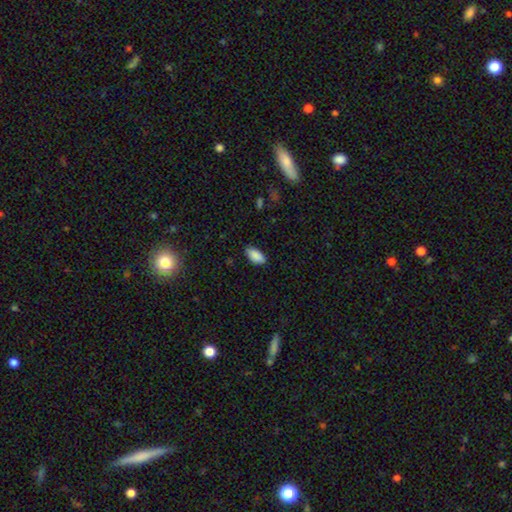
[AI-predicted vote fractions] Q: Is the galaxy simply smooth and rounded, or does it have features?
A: smooth — 89%.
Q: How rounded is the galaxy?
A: in between — 93%.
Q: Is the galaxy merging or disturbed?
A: none — 81%.